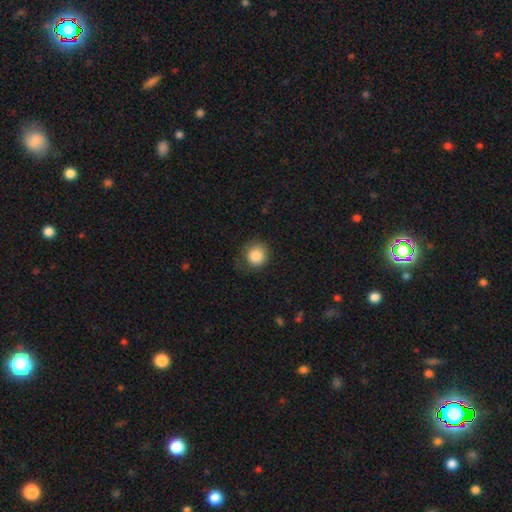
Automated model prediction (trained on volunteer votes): Smooth or featured? smooth (85%)
How rounded? round (90%)
Merging? none (68%)